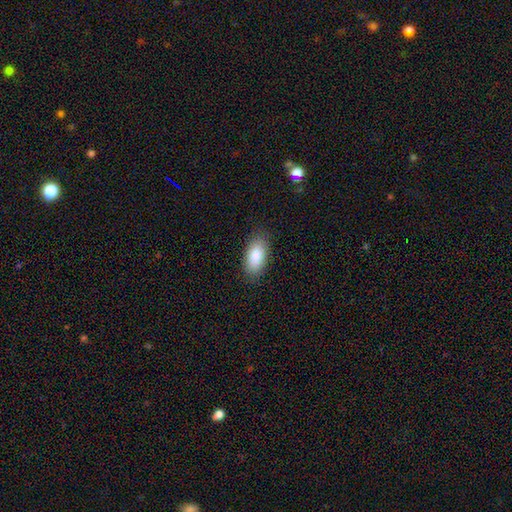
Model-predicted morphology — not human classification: A smooth galaxy with no disk features (86%) that is in between round and cigar-shaped (93%).

Vote fractions:
- Smooth or featured? smooth: 86% / featured or disk: 8% / star or artifact: 7%
- How rounded? in between: 93% / cigar-shaped: 5% / round: 3%
- Merging? none: 86% / minor disturbance: 10% / major disturbance: 2% / merger: 1%